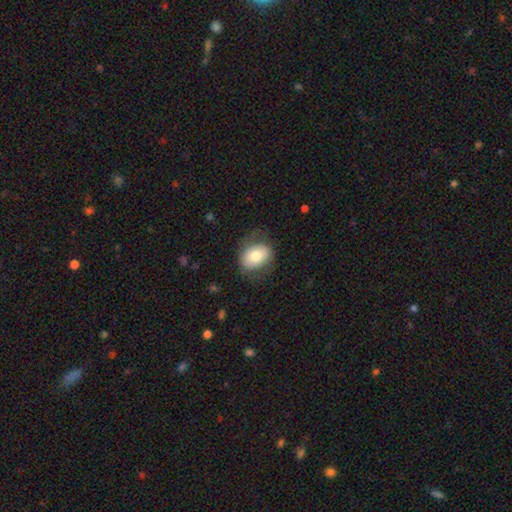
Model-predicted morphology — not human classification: Overall: smooth (70%). How rounded: in between (68%; round 31%). Merging: none (68%).